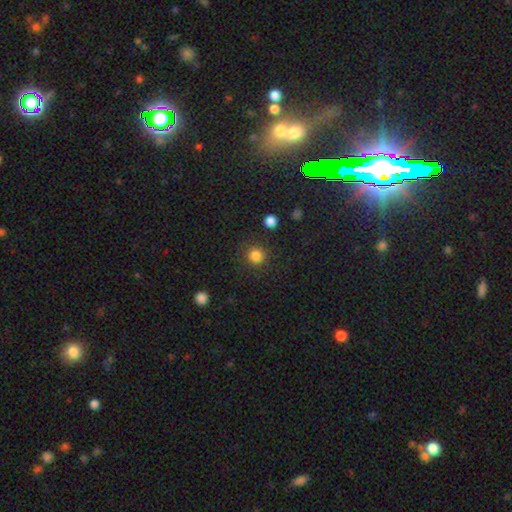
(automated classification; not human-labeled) smooth_or_featured: smooth (p=0.83) [alt: star or artifact p=0.12]
how_rounded: round (p=0.92) [alt: in between p=0.07]
merging: none (p=0.87) [alt: minor disturbance p=0.07]